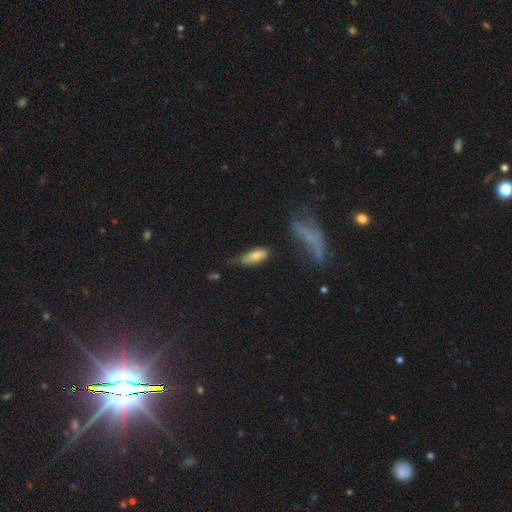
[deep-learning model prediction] smooth-or-featured: smooth: 75% | featured or disk: 18% | star or artifact: 7%
  how-rounded: in between: 71% | cigar-shaped: 27% | round: 2%
  merging: none: 44% | minor disturbance: 35% | major disturbance: 15% | merger: 5%